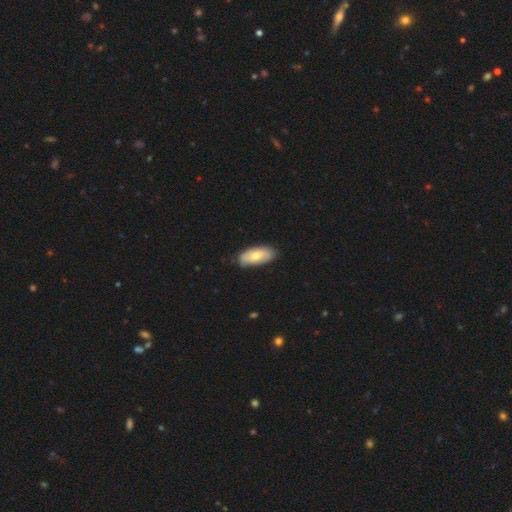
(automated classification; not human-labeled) Smooth or featured? Predicted: smooth (p=0.68). How rounded? Predicted: in between (p=0.88). Merging? Predicted: none (p=0.78).